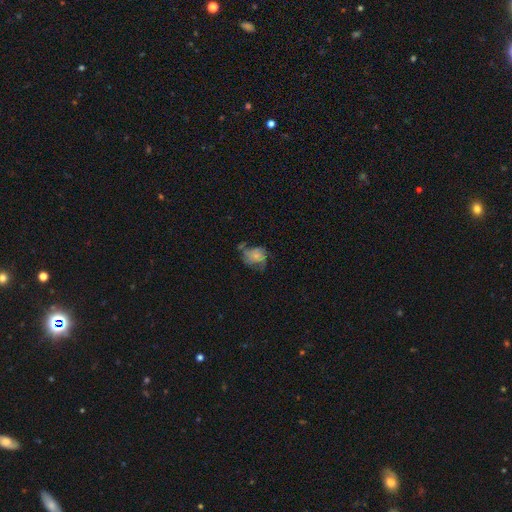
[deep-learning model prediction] smooth-or-featured: featured or disk: 52% | smooth: 39% | star or artifact: 9%
  disk-edge-on: no: 97% | yes: 3%
    bar: no: 82% | weak: 15% | strong: 3%
    has-spiral-arms: yes: 74% | no: 26%
    bulge-size: small: 58% | moderate: 25% | none: 12% | large: 4% | dominant: 2%
  merging: none: 39% | major disturbance: 28% | minor disturbance: 28% | merger: 6%